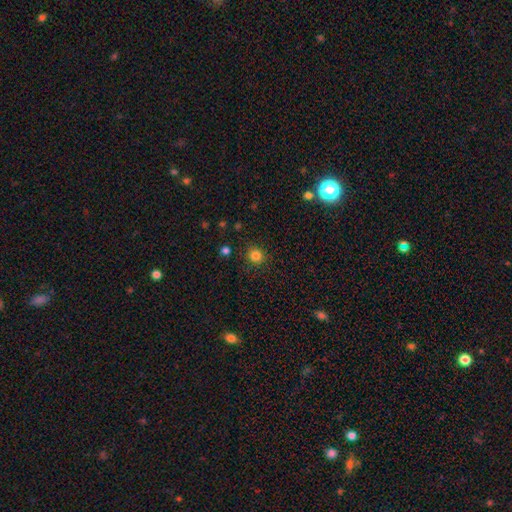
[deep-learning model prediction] Q: Smooth or featured?
A: smooth (83%); runner-up: star or artifact (13%)
Q: How rounded?
A: round (89%); runner-up: in between (10%)
Q: Merging?
A: none (90%); runner-up: minor disturbance (6%)